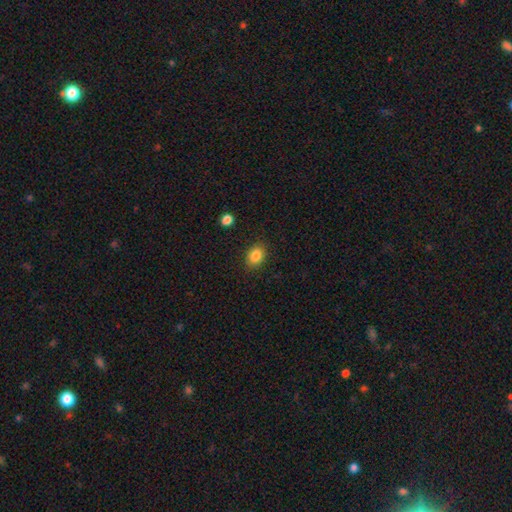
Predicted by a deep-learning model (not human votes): Smooth or featured? smooth (85%)
How rounded? in between (70%)
Merging? none (86%)